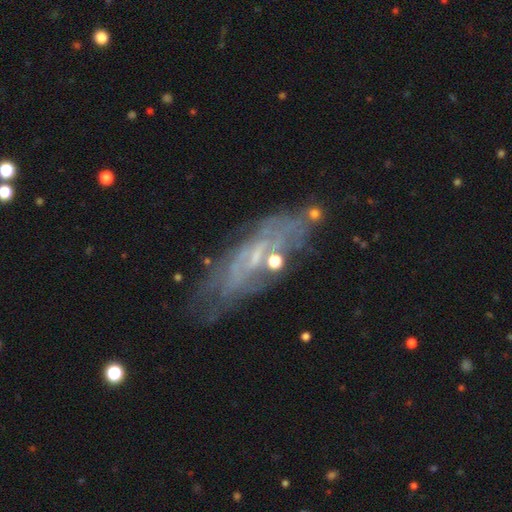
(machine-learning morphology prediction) Smooth or featured: featured or disk — 70% (smooth — 20%)
Edge-on disk: no — 76% (yes — 24%)
Bar: no — 48% (weak — 38%)
Spiral arms: yes — 55% (no — 45%)
Bulge size: small — 57% (moderate — 22%)
Merging: none — 64% (minor disturbance — 21%)